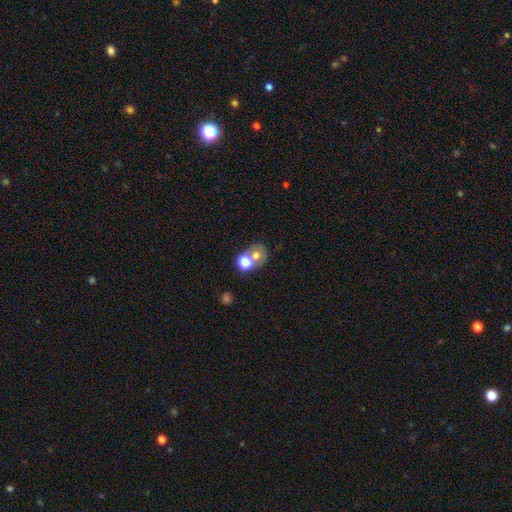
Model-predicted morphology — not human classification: A smooth galaxy with no disk features (64%) that is round (65%). Merging: merger (51%).